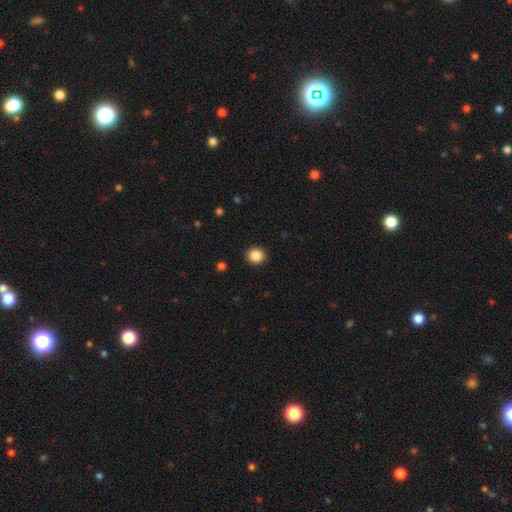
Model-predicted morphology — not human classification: smooth-or-featured: smooth: 87% | star or artifact: 10% | featured or disk: 3%
  how-rounded: round: 90% | in between: 9% | cigar-shaped: 1%
  merging: none: 92% | minor disturbance: 6% | major disturbance: 2% | merger: 1%